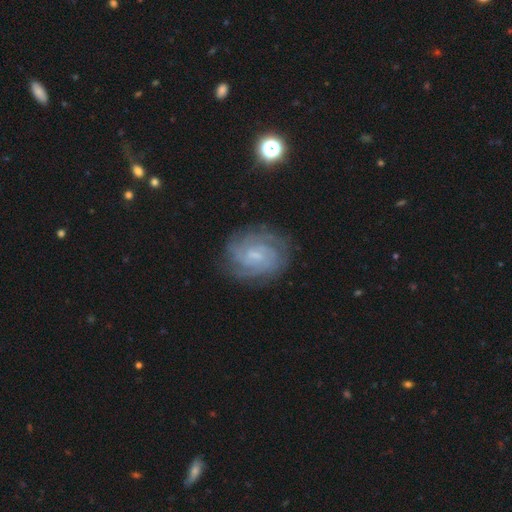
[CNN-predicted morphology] smooth_or_featured: featured or disk (p=0.81) [alt: smooth p=0.12]
disk_edge_on: no (p=0.97) [alt: yes p=0.03]
bar: weak (p=0.49) [alt: no p=0.41]
has_spiral_arms: yes (p=0.96) [alt: no p=0.04]
spiral_winding: tight (p=0.71) [alt: medium p=0.24]
spiral_arm_count: can't tell (p=0.35) [alt: 2 p=0.19]
bulge_size: small (p=0.64) [alt: moderate p=0.19]
merging: none (p=0.80) [alt: minor disturbance p=0.14]